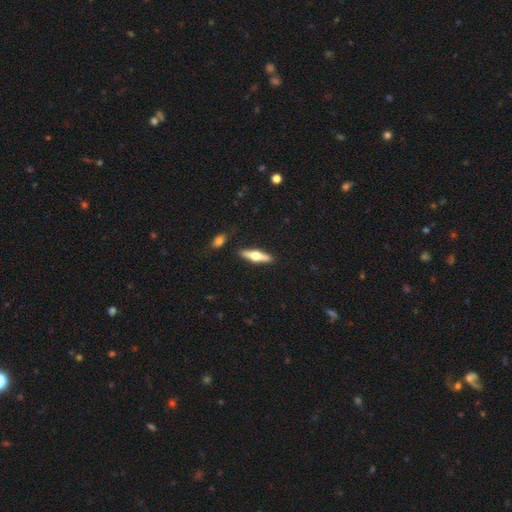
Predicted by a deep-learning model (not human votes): A featured or disk galaxy (57%) viewed edge-on (94%) with a rounded central bulge (95%).

Vote fractions:
- Smooth or featured? featured or disk: 57% / smooth: 38% / star or artifact: 5%
- Edge-on disk? yes: 94% / no: 6%
- Edge-on bulge? rounded: 95% / boxy: 3% / none: 2%
- Merging? none: 88% / minor disturbance: 8% / merger: 2% / major disturbance: 2%